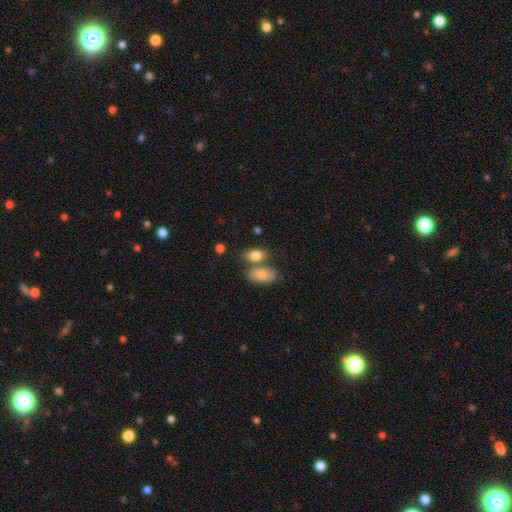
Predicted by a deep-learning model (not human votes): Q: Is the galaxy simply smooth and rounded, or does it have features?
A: smooth — 81%.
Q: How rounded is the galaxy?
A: in between — 84%.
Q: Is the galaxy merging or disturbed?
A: none — 52%.